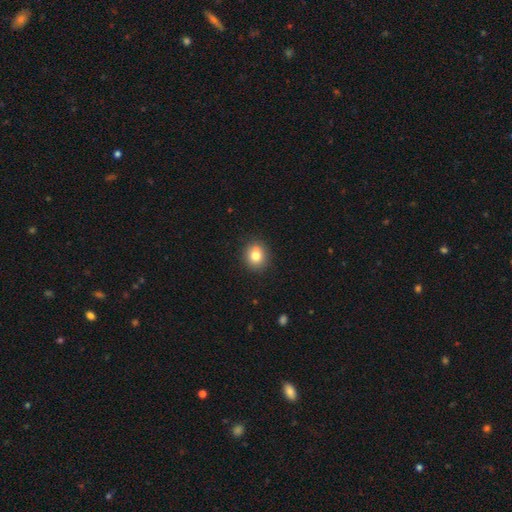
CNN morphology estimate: A smooth galaxy with no disk features (80%) that is round (72%).

Vote fractions:
- Smooth or featured? smooth: 80% / star or artifact: 10% / featured or disk: 9%
- How rounded? round: 72% / in between: 27% / cigar-shaped: 1%
- Merging? none: 88% / minor disturbance: 9% / major disturbance: 2% / merger: 1%